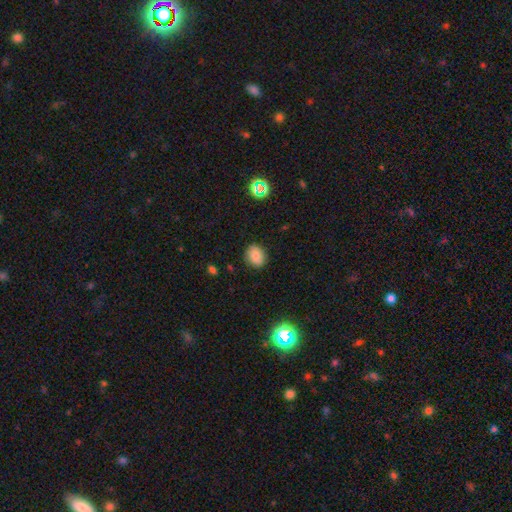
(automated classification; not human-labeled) This is clearly a smooth galaxy (80%). How rounded: likely round (61%). Merging: clearly none (85%).